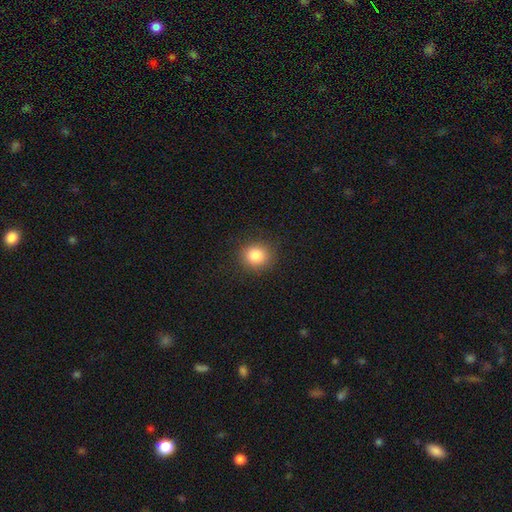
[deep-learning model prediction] Smooth or featured: smooth — 85% (star or artifact — 10%)
How rounded: round — 85% (in between — 14%)
Merging: none — 89% (minor disturbance — 8%)